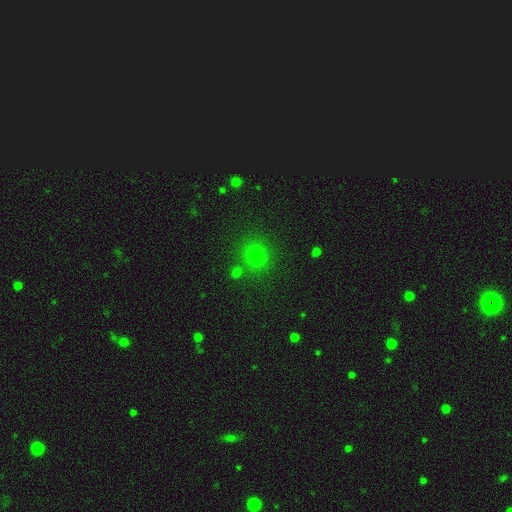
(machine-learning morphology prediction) Overall: smooth (73%). How rounded: round (84%). Merging: none (80%).